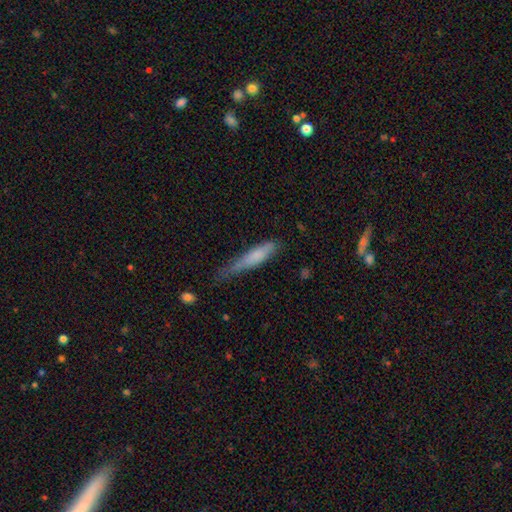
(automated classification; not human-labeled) Smooth or featured?
  - smooth: 72% *
  - featured or disk: 22%
  - star or artifact: 7%
How rounded?
  - cigar-shaped: 85% *
  - in between: 14%
  - round: 2%
Merging?
  - none: 41% *
  - minor disturbance: 40%
  - major disturbance: 16%
  - merger: 3%